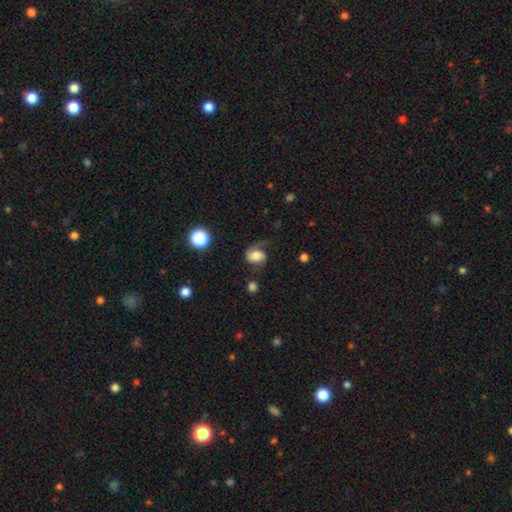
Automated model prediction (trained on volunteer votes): The model was most divided on "smooth or featured": featured or disk: 49%, smooth: 41%, star or artifact: 10%. Remaining: merging — none (45%).